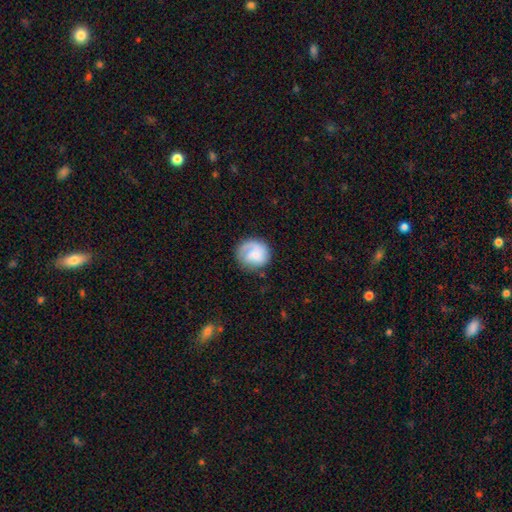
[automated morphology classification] Smooth or featured: smooth — 50% (featured or disk — 43%)
How rounded: round — 83% (in between — 16%)
Merging: none — 69% (minor disturbance — 18%)